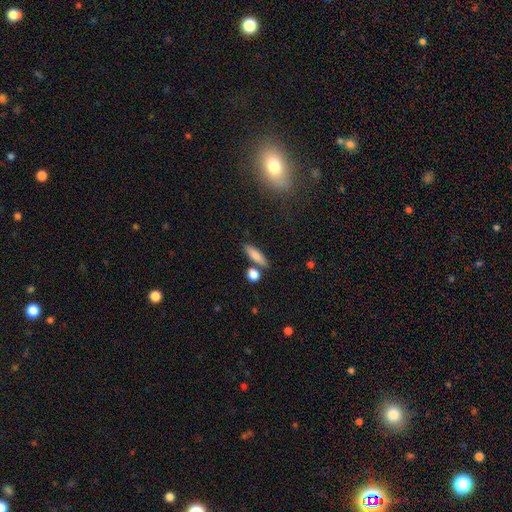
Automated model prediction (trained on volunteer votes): Overall: smooth (79%). How rounded: cigar-shaped (56%; in between 38%). Merging: none (73%).